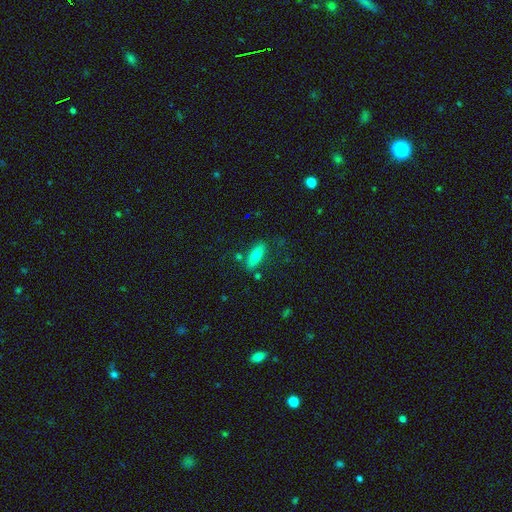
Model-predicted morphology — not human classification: Q: Smooth or featured?
A: smooth (77%); runner-up: featured or disk (15%)
Q: How rounded?
A: in between (54%); runner-up: cigar-shaped (43%)
Q: Merging?
A: none (77%); runner-up: minor disturbance (13%)